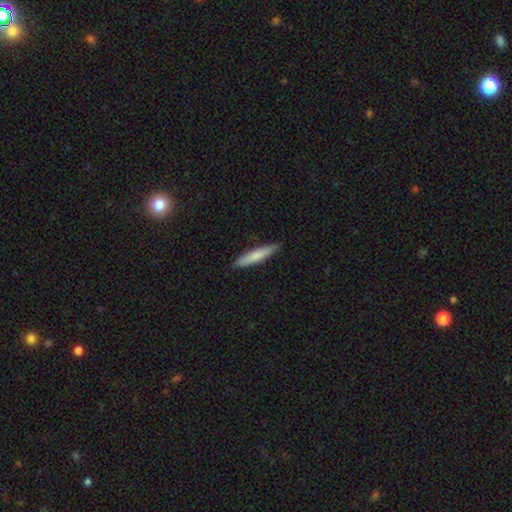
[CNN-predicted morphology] smooth_or_featured: smooth (p=0.76) [alt: featured or disk p=0.19]
how_rounded: cigar-shaped (p=0.90) [alt: in between p=0.08]
merging: none (p=0.89) [alt: minor disturbance p=0.08]